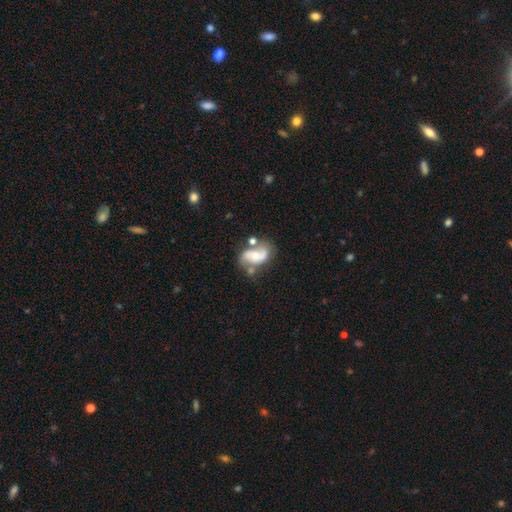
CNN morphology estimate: type=featured or disk (71%); edge-on=no (97%); bar=no (56%); spiral arms=yes (85%); winding=loose (42%, tied with medium); arm count=2 (86%); bulge=moderate (62%); merging=none (49%).